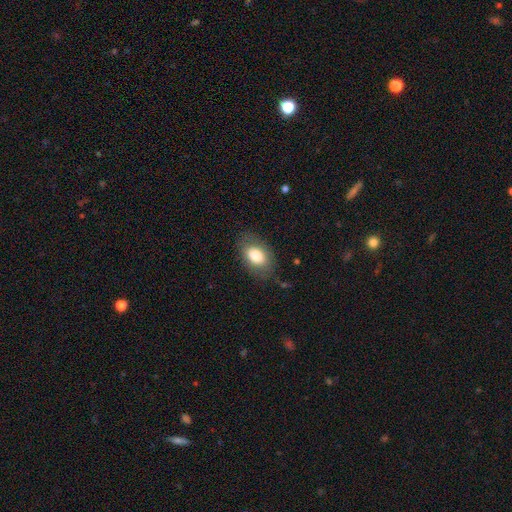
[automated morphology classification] A smooth galaxy with no disk features (78%) that is in between round and cigar-shaped (85%).

Vote fractions:
- Smooth or featured? smooth: 78% / featured or disk: 15% / star or artifact: 7%
- How rounded? in between: 85% / round: 13% / cigar-shaped: 1%
- Merging? none: 78% / minor disturbance: 15% / major disturbance: 6% / merger: 1%